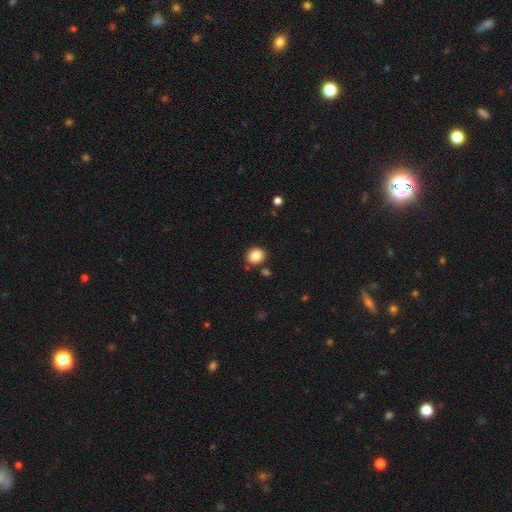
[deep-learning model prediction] Smooth or featured? Predicted: smooth (p=0.85). How rounded? Predicted: round (p=0.79). Merging? Predicted: none (p=0.85).